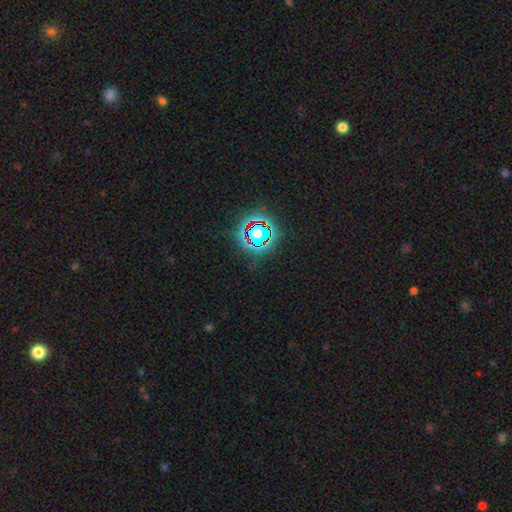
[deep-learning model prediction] smooth-or-featured: star or artifact: 79% | smooth: 13% | featured or disk: 9%